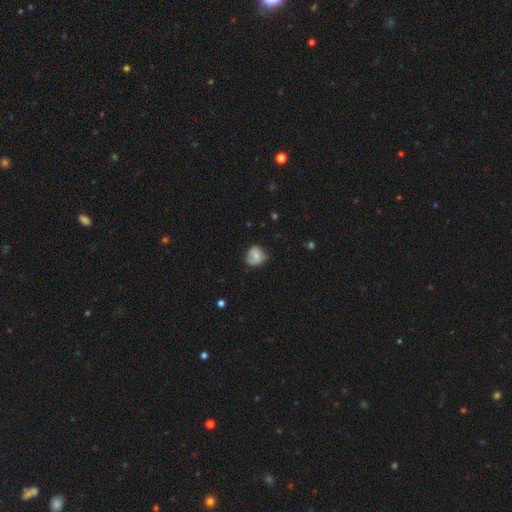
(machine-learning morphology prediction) Q: Smooth or featured?
A: smooth (67%); runner-up: featured or disk (25%)
Q: How rounded?
A: round (74%); runner-up: in between (25%)
Q: Merging?
A: none (58%); runner-up: minor disturbance (32%)